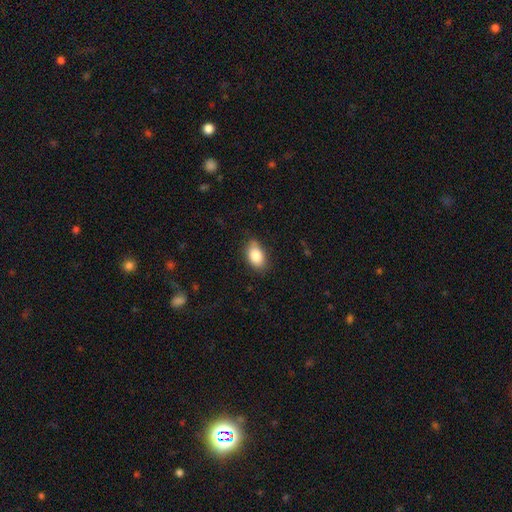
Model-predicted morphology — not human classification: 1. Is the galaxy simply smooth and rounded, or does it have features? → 85% smooth, 8% featured or disk, 7% star or artifact.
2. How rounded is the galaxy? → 90% in between, 8% round, 2% cigar-shaped.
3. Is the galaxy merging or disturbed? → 79% none, 16% minor disturbance, 3% major disturbance, 1% merger.